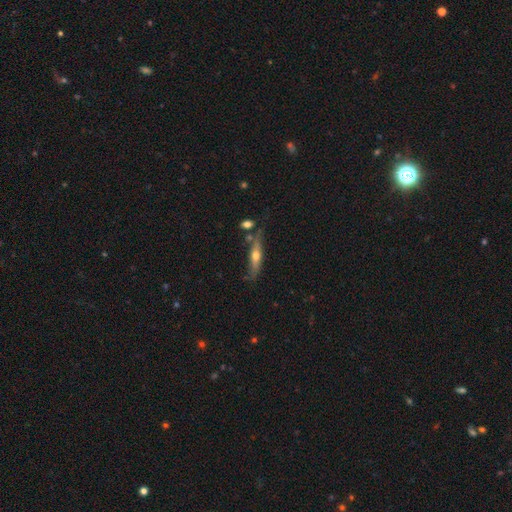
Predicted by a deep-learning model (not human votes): featured or disk 56%, smooth 38%, star or artifact 6%. Down the decision tree: edge-on disk — yes (83%); merging — none (64%).